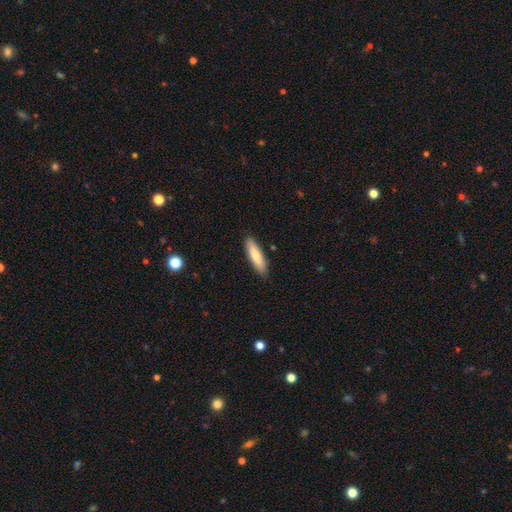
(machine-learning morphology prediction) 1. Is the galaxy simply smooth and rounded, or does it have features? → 77% smooth, 18% featured or disk, 6% star or artifact.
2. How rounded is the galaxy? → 65% cigar-shaped, 34% in between, 1% round.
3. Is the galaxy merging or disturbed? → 88% none, 9% minor disturbance, 2% major disturbance, 1% merger.